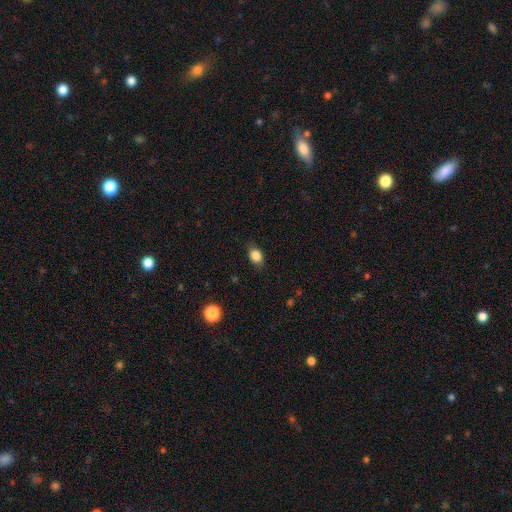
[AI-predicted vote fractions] smooth 85%, star or artifact 10%, featured or disk 6%. Down the decision tree: how rounded — in between (72%); merging — none (82%).